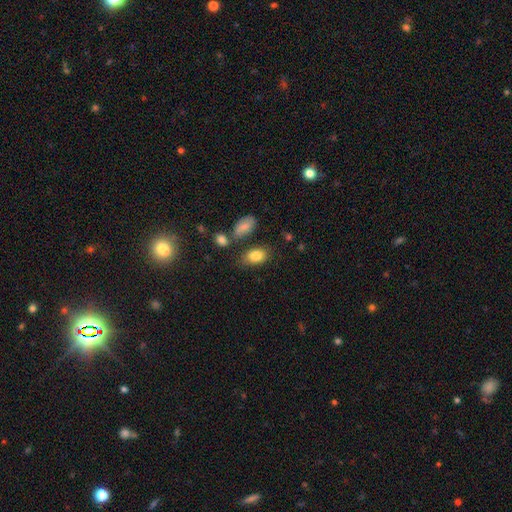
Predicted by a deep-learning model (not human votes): smooth 84%, featured or disk 8%, star or artifact 8%. Down the decision tree: how rounded — in between (90%); merging — none (70%).